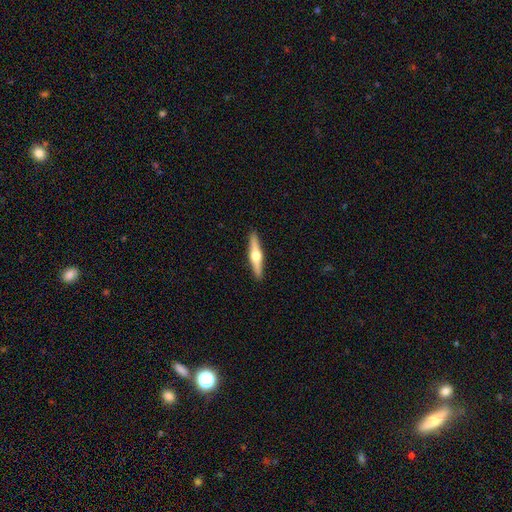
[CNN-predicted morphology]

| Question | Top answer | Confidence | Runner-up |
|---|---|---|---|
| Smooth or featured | featured or disk | 68% | smooth (27%) |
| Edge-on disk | yes | 97% | no (3%) |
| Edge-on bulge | rounded | 95% | boxy (3%) |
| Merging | none | 92% | minor disturbance (6%) |